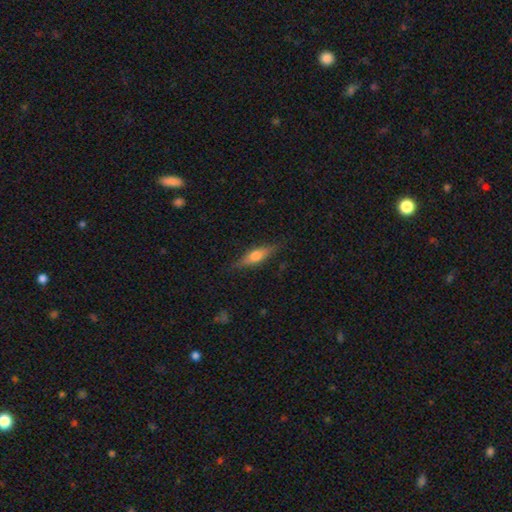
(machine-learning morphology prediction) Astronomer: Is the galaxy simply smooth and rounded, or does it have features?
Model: smooth — 49% (runner-up: featured or disk, 44%).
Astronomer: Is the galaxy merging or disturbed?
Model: none — 83%.